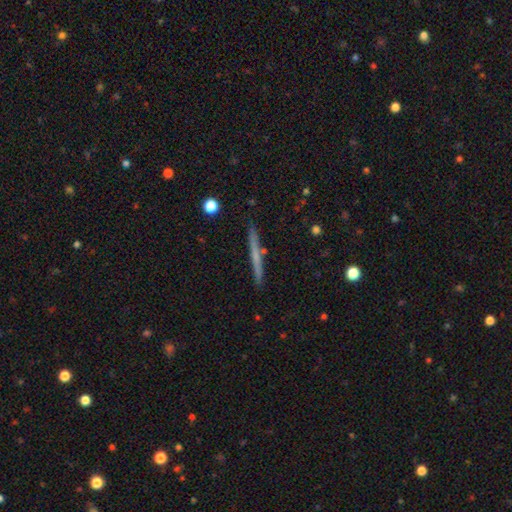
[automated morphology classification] Smooth or featured: smooth — 47% (featured or disk — 46%)
Merging: none — 90% (minor disturbance — 7%)